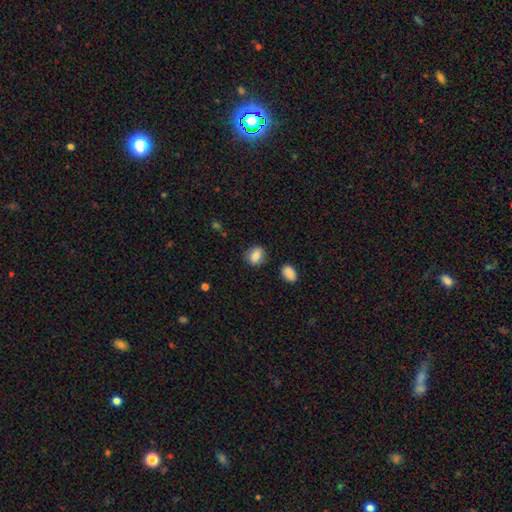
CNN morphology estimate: smooth_or_featured: smooth (p=0.83) [alt: star or artifact p=0.09]
how_rounded: in between (p=0.52) [alt: round p=0.46]
merging: none (p=0.82) [alt: minor disturbance p=0.12]